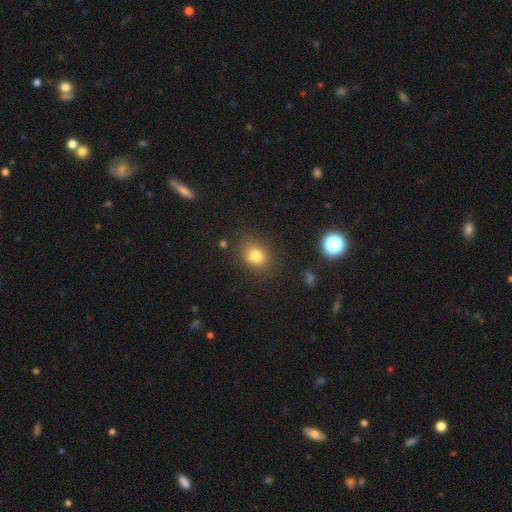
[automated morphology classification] Smooth or featured?
  - smooth: 78% *
  - star or artifact: 14%
  - featured or disk: 8%
How rounded?
  - round: 60% *
  - in between: 39%
  - cigar-shaped: 1%
Merging?
  - none: 80% *
  - minor disturbance: 13%
  - major disturbance: 4%
  - merger: 2%